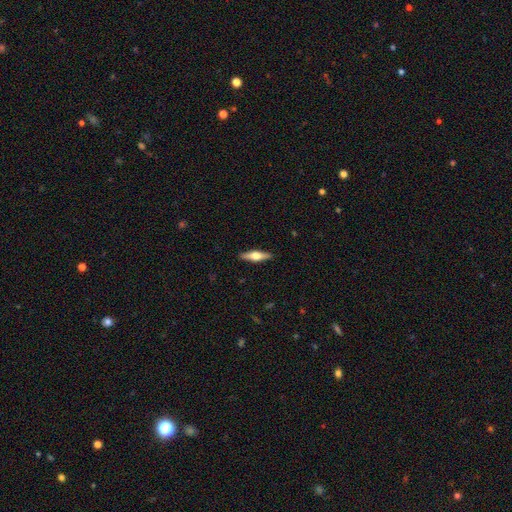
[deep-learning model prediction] Q: Smooth or featured?
A: featured or disk (53%); runner-up: smooth (41%)
Q: Edge-on disk?
A: yes (94%); runner-up: no (6%)
Q: Edge-on bulge?
A: rounded (94%); runner-up: boxy (4%)
Q: Merging?
A: none (90%); runner-up: minor disturbance (7%)